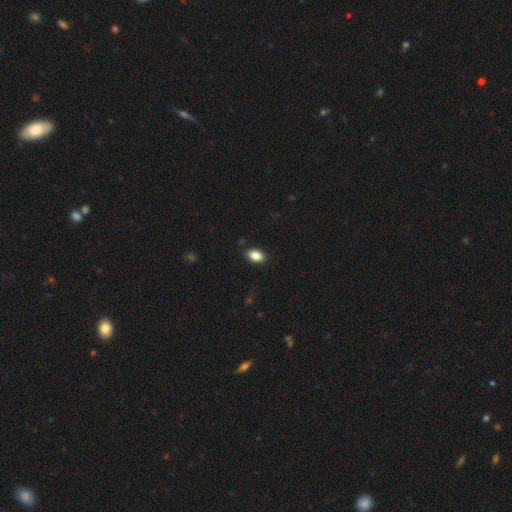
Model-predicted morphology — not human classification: smooth_or_featured: smooth (p=0.86) [alt: star or artifact p=0.08]
how_rounded: in between (p=0.89) [alt: round p=0.10]
merging: none (p=0.87) [alt: minor disturbance p=0.10]